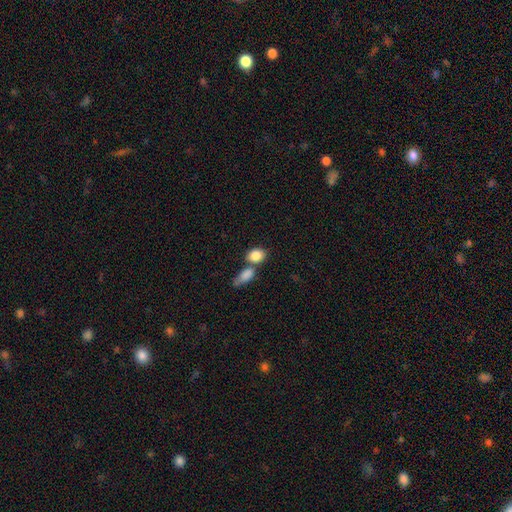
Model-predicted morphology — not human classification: Smooth or featured?
  - smooth: 85% *
  - featured or disk: 8%
  - star or artifact: 7%
How rounded?
  - in between: 65% *
  - round: 33%
  - cigar-shaped: 2%
Merging?
  - merger: 43% *
  - none: 42%
  - minor disturbance: 10%
  - major disturbance: 4%